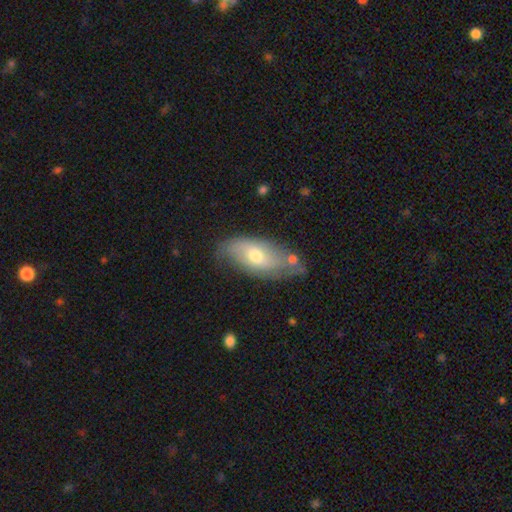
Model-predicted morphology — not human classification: Smooth or featured?
  - smooth: 48% *
  - featured or disk: 45%
  - star or artifact: 7%
Merging?
  - none: 61% *
  - minor disturbance: 26%
  - merger: 7%
  - major disturbance: 6%